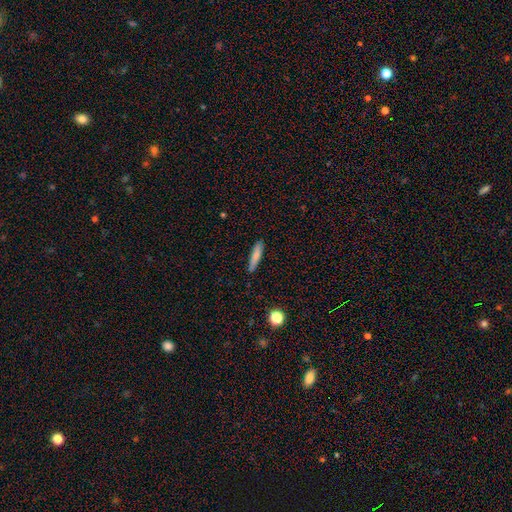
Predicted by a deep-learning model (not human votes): Q: Smooth or featured?
A: smooth (76%); runner-up: featured or disk (17%)
Q: How rounded?
A: cigar-shaped (84%); runner-up: in between (14%)
Q: Merging?
A: none (86%); runner-up: minor disturbance (10%)